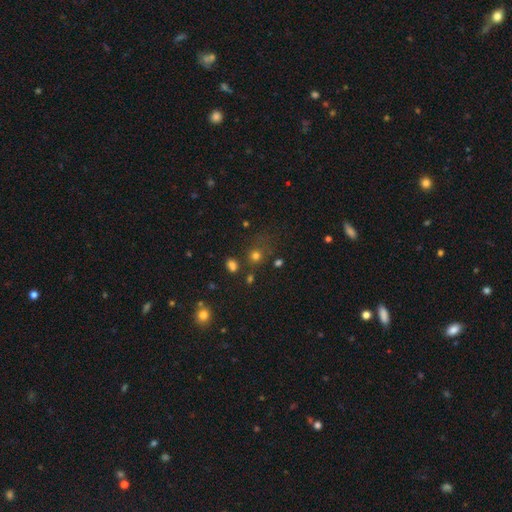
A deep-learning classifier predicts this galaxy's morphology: A smooth galaxy with no disk features (71%) that is round (79%). Merging: none (67%).